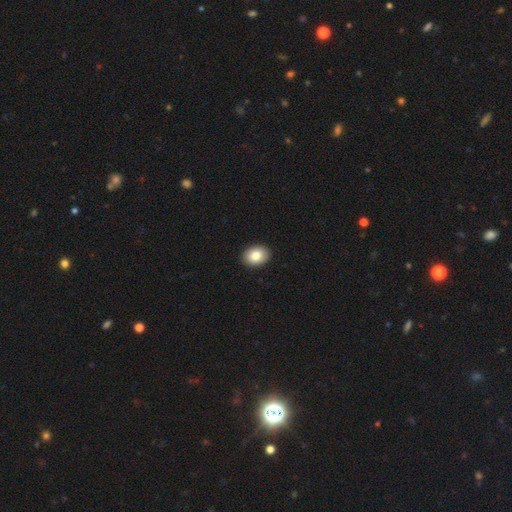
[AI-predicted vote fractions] Smooth or featured: smooth — 83% (featured or disk — 9%)
How rounded: in between — 66% (round — 33%)
Merging: none — 92% (minor disturbance — 5%)